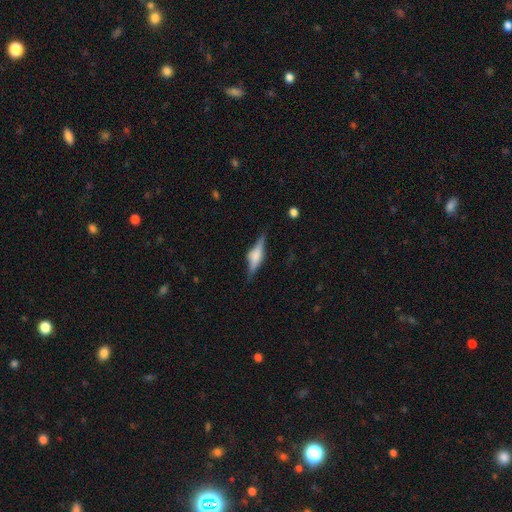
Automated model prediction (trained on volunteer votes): Smooth or featured? Predicted: featured or disk (p=0.62). Edge-on disk? Predicted: yes (p=0.96). Edge-on bulge? Predicted: rounded (p=0.69). Merging? Predicted: none (p=0.78).